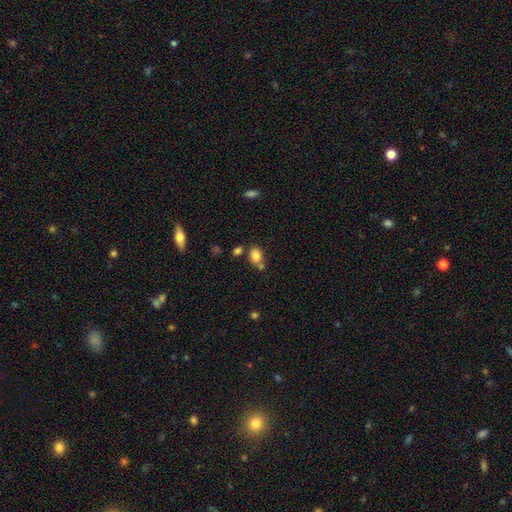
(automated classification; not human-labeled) Morphology: type=smooth (82%); roundness=in between (68%); merging=none (58%).